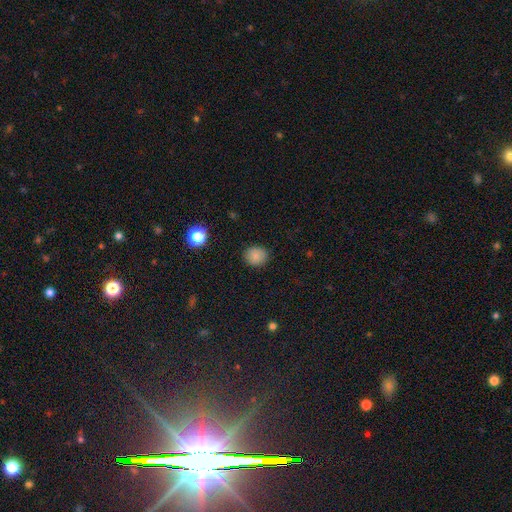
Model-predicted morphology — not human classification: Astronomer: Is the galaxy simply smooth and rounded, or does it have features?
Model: smooth — 84%.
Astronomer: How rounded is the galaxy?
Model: round — 76%.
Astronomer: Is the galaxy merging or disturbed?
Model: none — 88%.